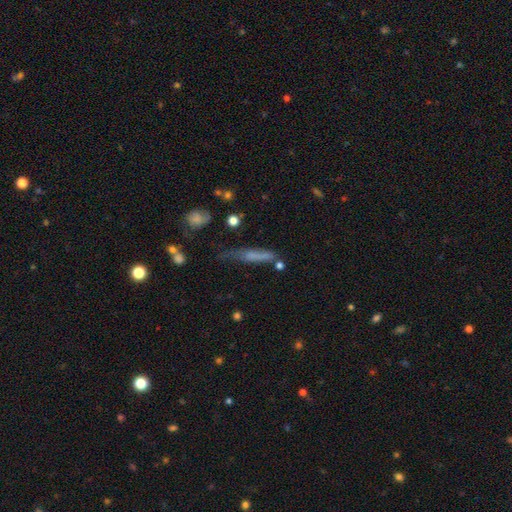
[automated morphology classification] Overall: smooth (56%; featured or disk 31%). How rounded: cigar-shaped (84%). Merging: none (44%; minor disturbance 30%).